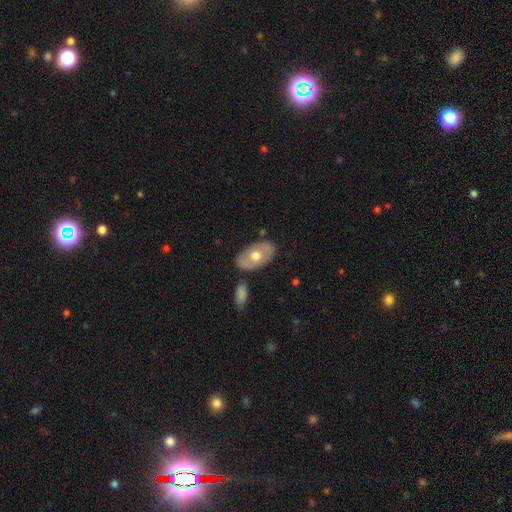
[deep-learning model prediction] Smooth or featured: smooth — 52% (featured or disk — 43%)
How rounded: in between — 91% (round — 8%)
Merging: none — 78% (minor disturbance — 13%)